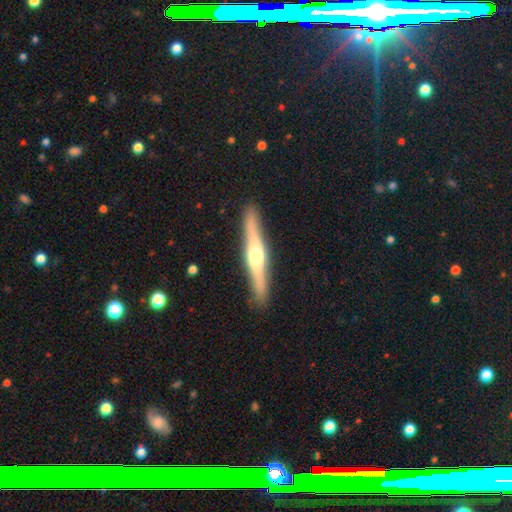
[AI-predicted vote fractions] Smooth or featured: featured or disk — 67% (smooth — 28%)
Edge-on disk: yes — 96% (no — 4%)
Edge-on bulge: rounded — 91% (boxy — 5%)
Merging: none — 90% (minor disturbance — 7%)